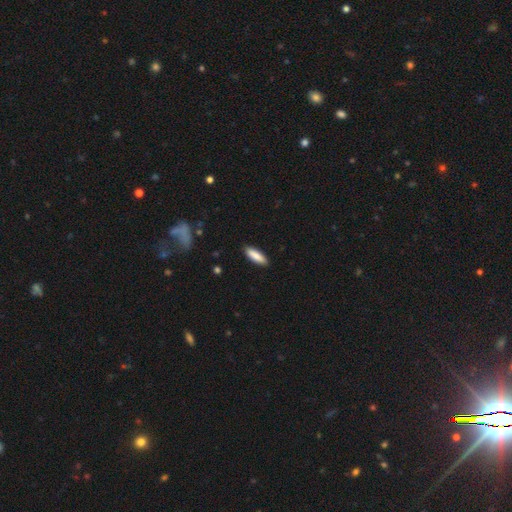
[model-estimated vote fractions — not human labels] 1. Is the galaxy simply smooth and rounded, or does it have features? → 86% smooth, 9% featured or disk, 5% star or artifact.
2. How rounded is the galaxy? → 50% in between, 48% cigar-shaped, 2% round.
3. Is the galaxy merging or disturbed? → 90% none, 8% minor disturbance, 2% major disturbance, 1% merger.